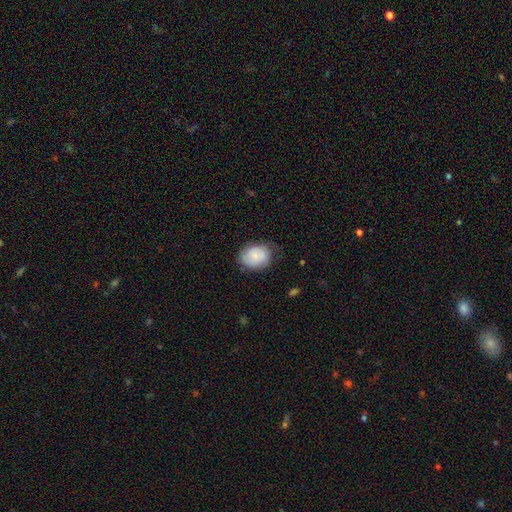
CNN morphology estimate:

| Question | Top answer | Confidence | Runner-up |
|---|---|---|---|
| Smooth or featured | smooth | 75% | featured or disk (18%) |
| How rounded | in between | 56% | round (44%) |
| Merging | none | 67% | minor disturbance (25%) |